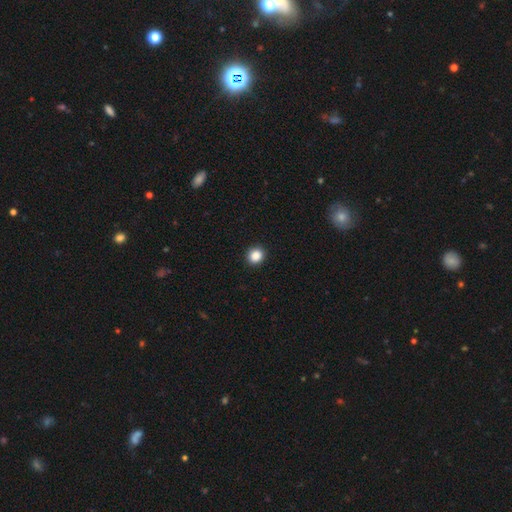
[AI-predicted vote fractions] This is clearly a smooth galaxy (87%). How rounded: clearly round (87%). Merging: clearly none (93%).